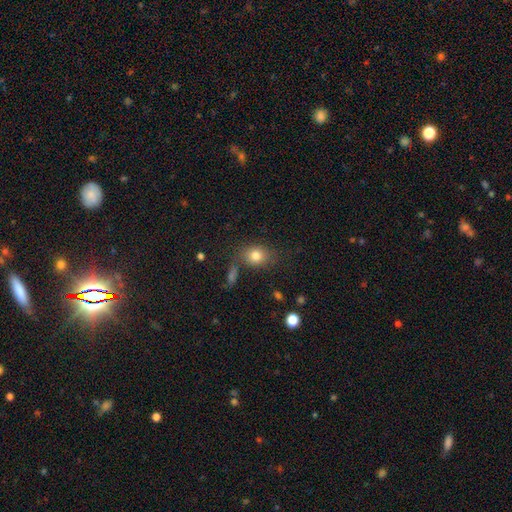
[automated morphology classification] type=smooth (80%); roundness=in between (55%); merging=none (72%).